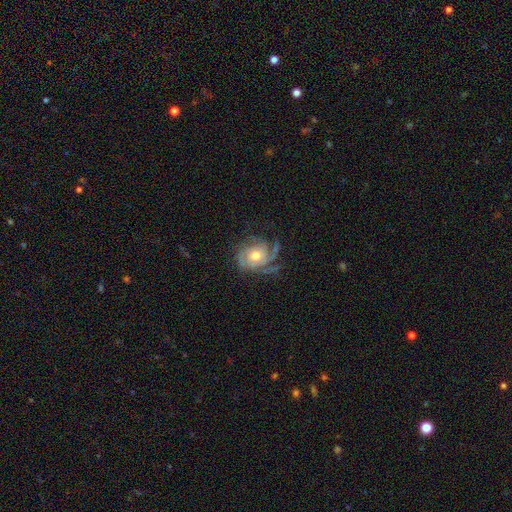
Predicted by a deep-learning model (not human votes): smooth_or_featured: featured or disk (p=0.83) [alt: smooth p=0.10]
disk_edge_on: no (p=0.97) [alt: yes p=0.03]
bar: no (p=0.79) [alt: weak p=0.17]
has_spiral_arms: yes (p=0.95) [alt: no p=0.05]
spiral_winding: tight (p=0.57) [alt: medium p=0.32]
spiral_arm_count: 3 (p=0.33) [alt: can't tell p=0.23]
bulge_size: moderate (p=0.71) [alt: small p=0.17]
merging: none (p=0.61) [alt: minor disturbance p=0.21]